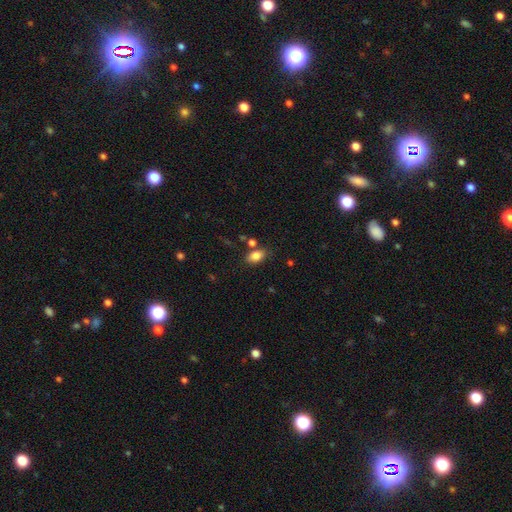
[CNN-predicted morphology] smooth 83%, star or artifact 9%, featured or disk 8%. Down the decision tree: how rounded — in between (88%); merging — none (73%).